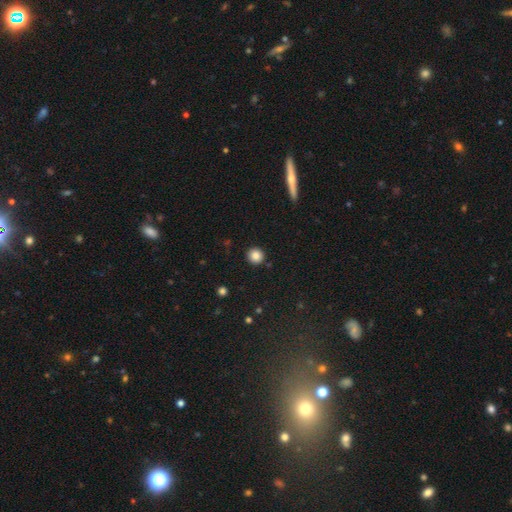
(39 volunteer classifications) This appears to be a smooth galaxy with no disk features (85%) that is round (94%). Merging: none (86%).